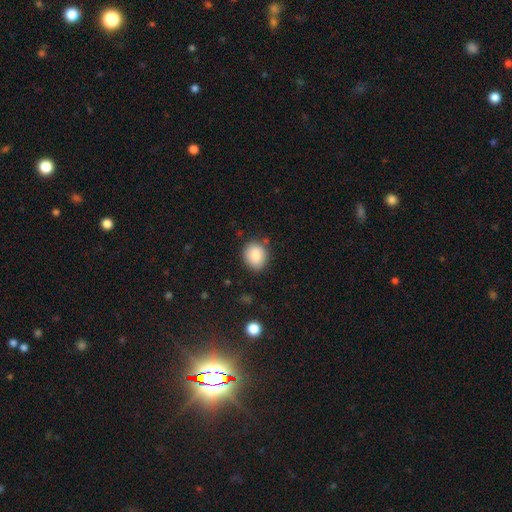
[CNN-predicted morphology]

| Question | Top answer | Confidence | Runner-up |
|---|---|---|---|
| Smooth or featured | smooth | 86% | star or artifact (8%) |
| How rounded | round | 65% | in between (34%) |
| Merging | none | 81% | minor disturbance (14%) |